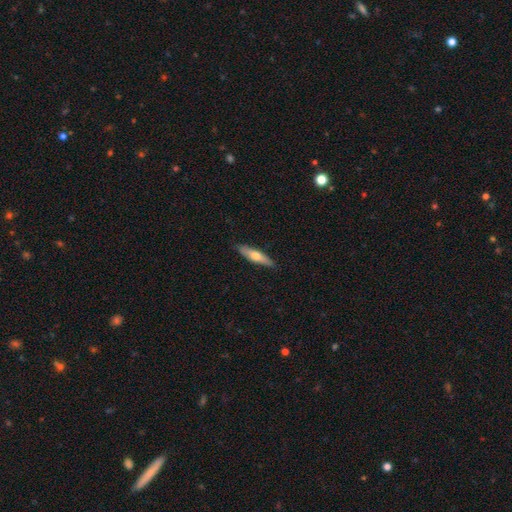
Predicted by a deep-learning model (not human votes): This is possibly a smooth galaxy (56%). How rounded: likely cigar-shaped (74%). Merging: clearly none (87%).